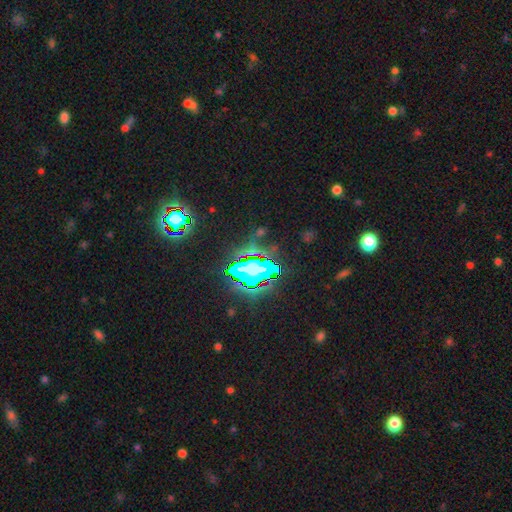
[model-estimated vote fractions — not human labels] Smooth or featured? Predicted: star or artifact (p=0.82).